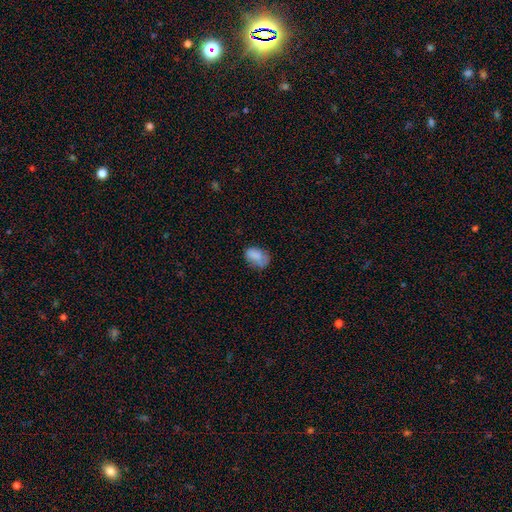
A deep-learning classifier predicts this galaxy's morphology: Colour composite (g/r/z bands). It shows a smooth galaxy with no disk features (78%) that is in between round and cigar-shaped (82%). Merging: none (49%).